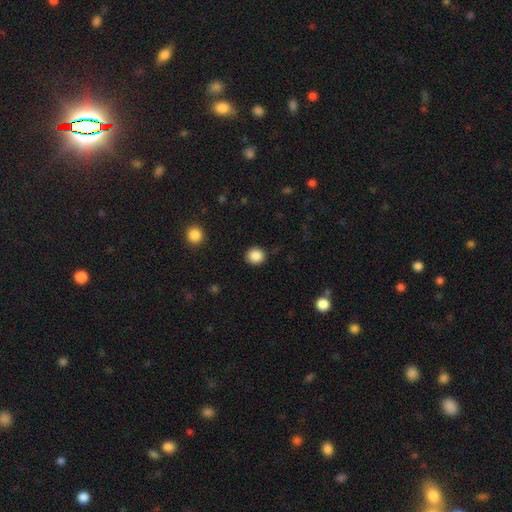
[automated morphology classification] This is clearly a smooth galaxy (86%). How rounded: clearly round (91%). Merging: clearly none (91%).